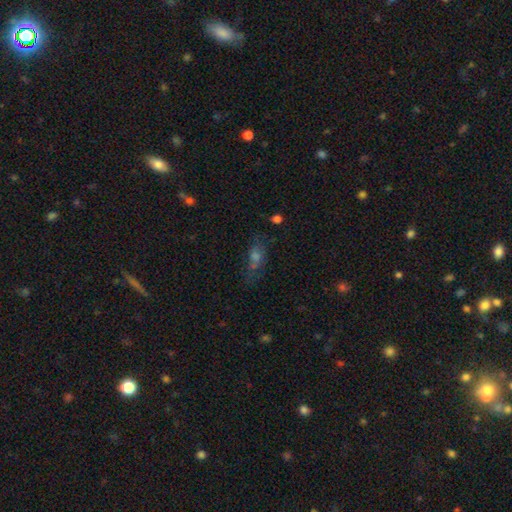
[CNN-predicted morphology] type=smooth (53%); roundness=in between (68%); merging=none (49%).